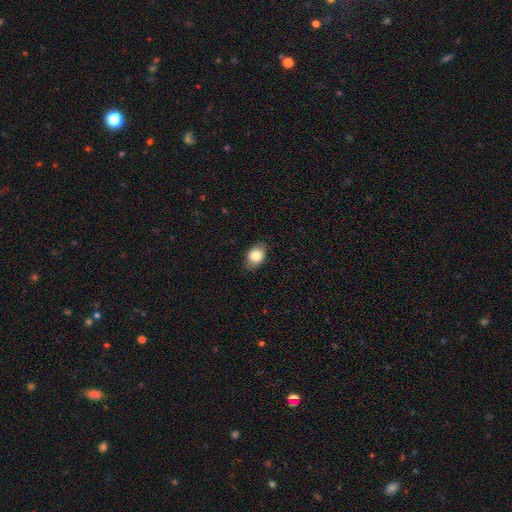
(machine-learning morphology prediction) Smooth or featured: smooth — 83% (featured or disk — 9%)
How rounded: in between — 73% (round — 25%)
Merging: none — 82% (minor disturbance — 14%)